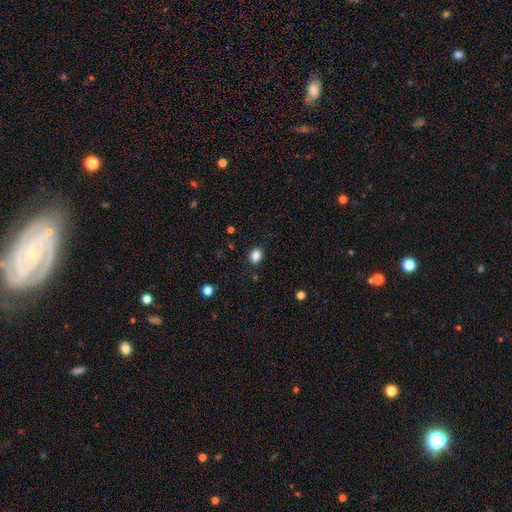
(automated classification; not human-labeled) Overall: smooth (86%). How rounded: in between (62%; round 37%). Merging: none (86%).